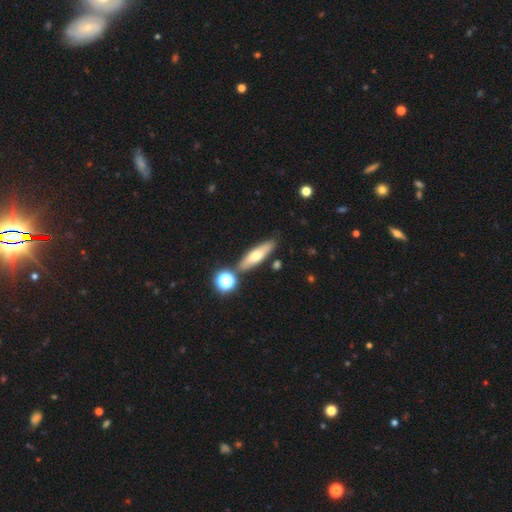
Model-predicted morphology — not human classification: A smooth galaxy with no disk features (57%) that is cigar-shaped (62%). Merging: none (79%).